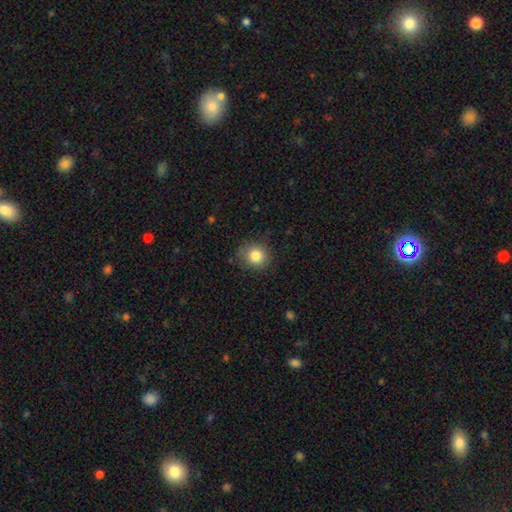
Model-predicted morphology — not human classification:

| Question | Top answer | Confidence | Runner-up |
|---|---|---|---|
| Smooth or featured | smooth | 84% | star or artifact (10%) |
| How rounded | round | 81% | in between (18%) |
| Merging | none | 80% | minor disturbance (15%) |